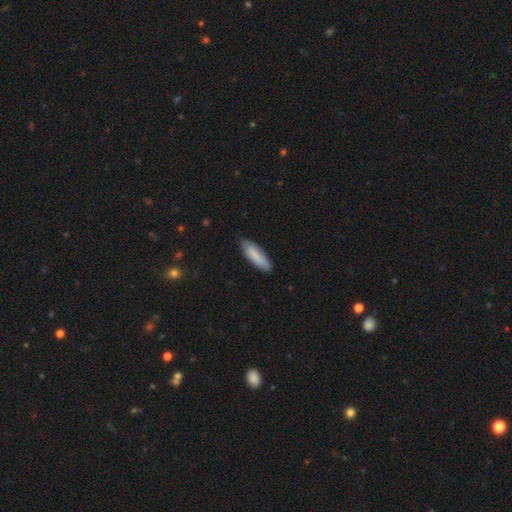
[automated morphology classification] A smooth galaxy with no disk features (84%) that is cigar-shaped (56%).

Vote fractions:
- Smooth or featured? smooth: 84% / featured or disk: 10% / star or artifact: 6%
- How rounded? cigar-shaped: 56% / in between: 42% / round: 1%
- Merging? none: 80% / minor disturbance: 17% / major disturbance: 3% / merger: 1%